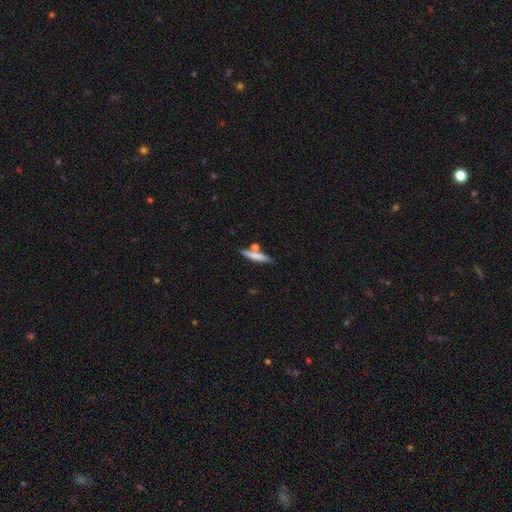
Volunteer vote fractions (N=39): This is clearly a smooth galaxy (82%). How rounded: clearly cigar-shaped (88%). Merging: likely none (65%).